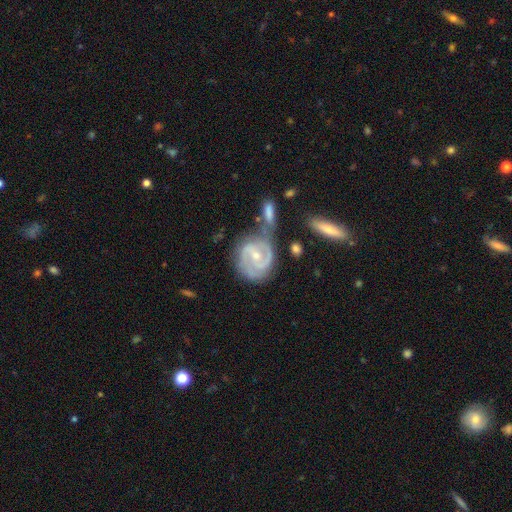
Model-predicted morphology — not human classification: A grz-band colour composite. It shows a featured or disk galaxy (87%) with a weak bar (43%), 2 (67%) tight (55%) spiral arms (96%) and a small central bulge (59%). Merging: none (52%).